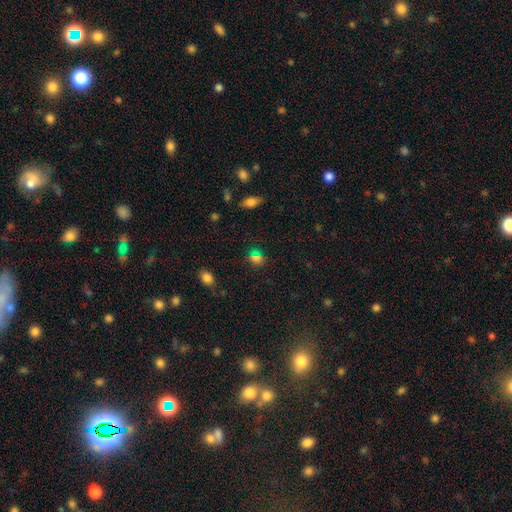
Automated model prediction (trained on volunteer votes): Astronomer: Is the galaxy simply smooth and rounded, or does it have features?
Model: smooth — 64%.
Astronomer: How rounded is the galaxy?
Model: round — 62%.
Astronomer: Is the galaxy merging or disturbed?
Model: none — 82%.